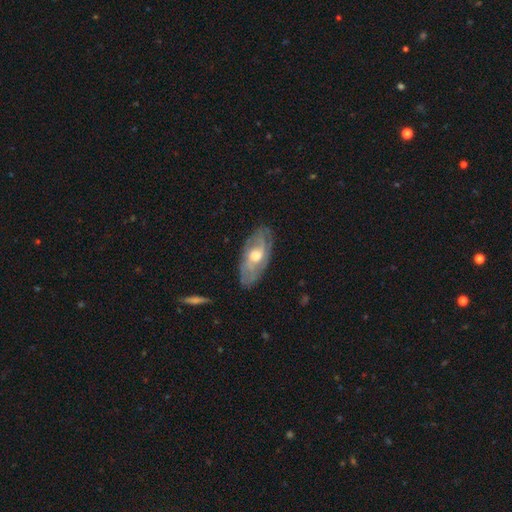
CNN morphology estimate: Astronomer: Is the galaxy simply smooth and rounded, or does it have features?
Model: featured or disk — 68%.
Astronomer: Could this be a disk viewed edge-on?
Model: no — 86%.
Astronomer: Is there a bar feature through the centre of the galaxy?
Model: no — 69%.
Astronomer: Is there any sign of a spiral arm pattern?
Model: yes — 77%.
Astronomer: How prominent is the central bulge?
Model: moderate — 71%.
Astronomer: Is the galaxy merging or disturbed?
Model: none — 75%.